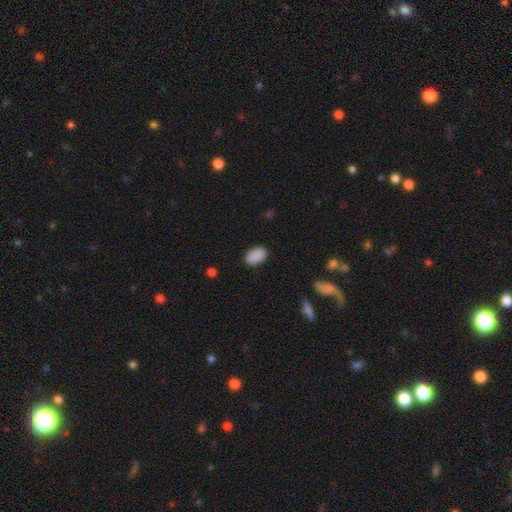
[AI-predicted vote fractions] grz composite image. It shows a smooth galaxy with no disk features (89%) that is in between round and cigar-shaped (89%). Merging: none (86%).